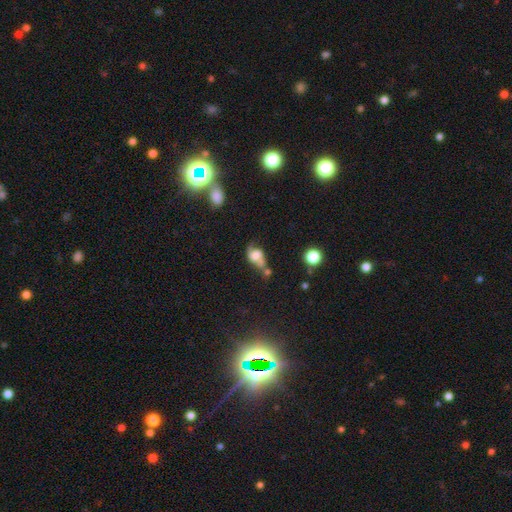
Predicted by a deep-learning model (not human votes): The model was most divided on "merging": merger: 29%, none: 27%, major disturbance: 22%, minor disturbance: 22%. Remaining: smooth or featured — smooth (45%).